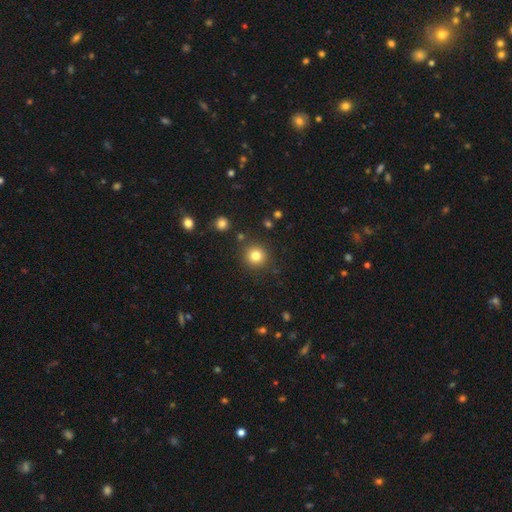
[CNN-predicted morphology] smooth_or_featured: smooth (p=0.81) [alt: star or artifact p=0.12]
how_rounded: round (p=0.94) [alt: in between p=0.05]
merging: none (p=0.88) [alt: minor disturbance p=0.06]